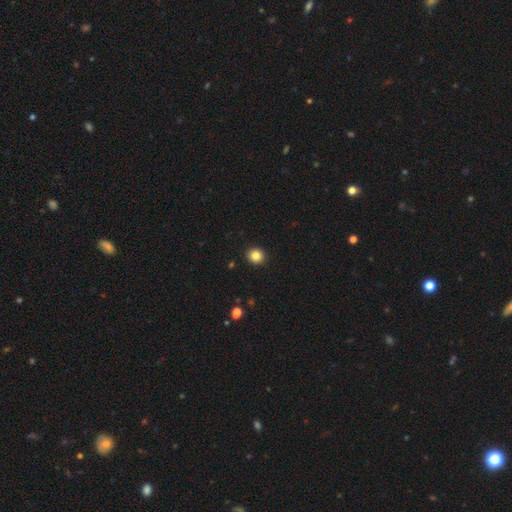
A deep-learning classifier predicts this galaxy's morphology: A smooth galaxy with no disk features (84%) that is round (89%).

Vote fractions:
- Smooth or featured? smooth: 84% / star or artifact: 10% / featured or disk: 5%
- How rounded? round: 89% / in between: 10% / cigar-shaped: 1%
- Merging? none: 93% / minor disturbance: 5% / major disturbance: 2% / merger: 1%